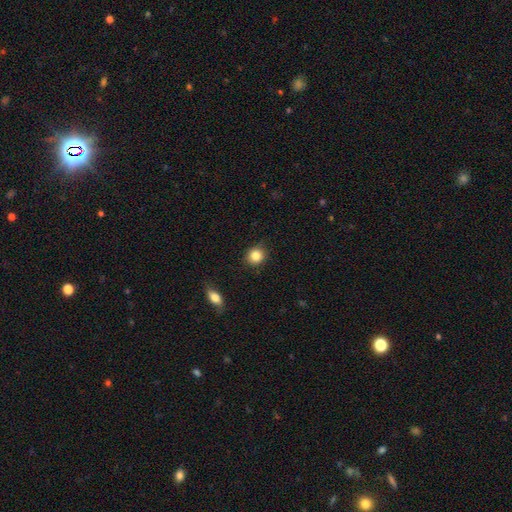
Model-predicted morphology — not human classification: type=smooth (85%); roundness=round (83%); merging=none (87%).